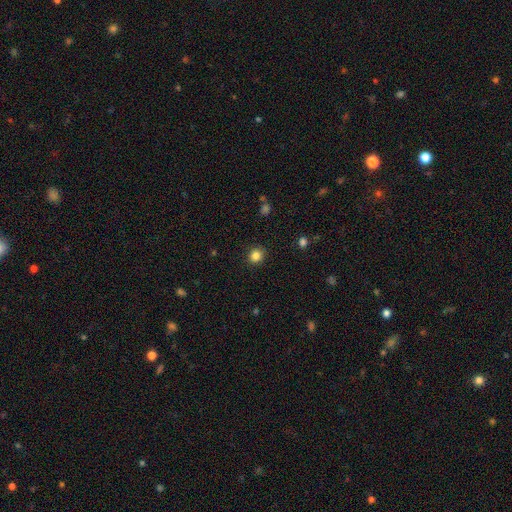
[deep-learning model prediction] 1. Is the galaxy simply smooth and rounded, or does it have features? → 84% smooth, 12% star or artifact, 4% featured or disk.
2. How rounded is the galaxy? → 87% round, 12% in between, 1% cigar-shaped.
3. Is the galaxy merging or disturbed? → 90% none, 6% minor disturbance, 2% major disturbance, 1% merger.